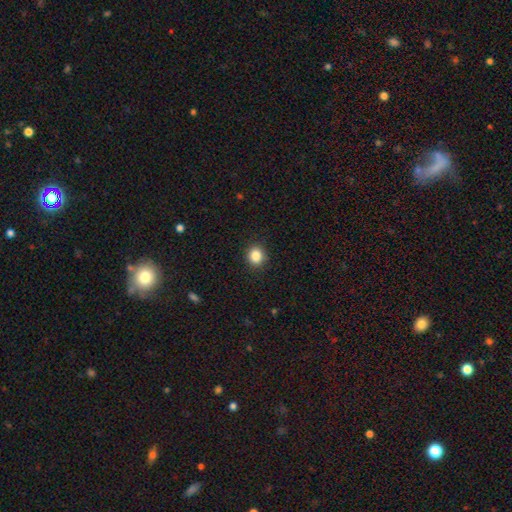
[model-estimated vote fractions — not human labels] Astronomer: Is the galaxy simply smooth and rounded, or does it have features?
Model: smooth — 86%.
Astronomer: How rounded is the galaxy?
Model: round — 75%.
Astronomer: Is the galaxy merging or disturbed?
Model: none — 90%.